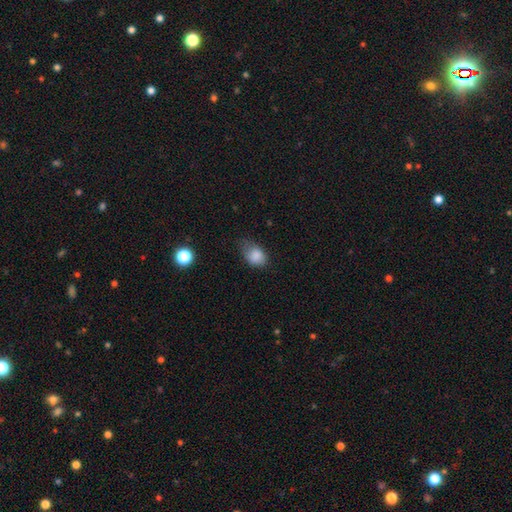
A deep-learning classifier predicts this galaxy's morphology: Q: Smooth or featured?
A: smooth (84%); runner-up: star or artifact (9%)
Q: How rounded?
A: in between (71%); runner-up: round (28%)
Q: Merging?
A: minor disturbance (41%); tied with: none (41%)